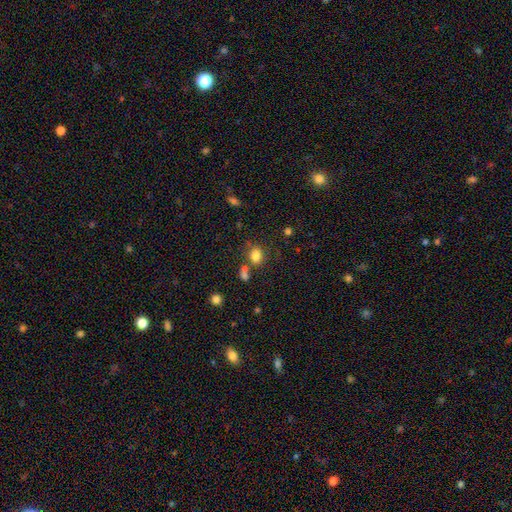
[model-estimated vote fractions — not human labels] The model was most divided on "how rounded": round: 53%, in between: 46%, cigar-shaped: 1%. More confident: smooth or featured — smooth (80%); merging — none (63%).